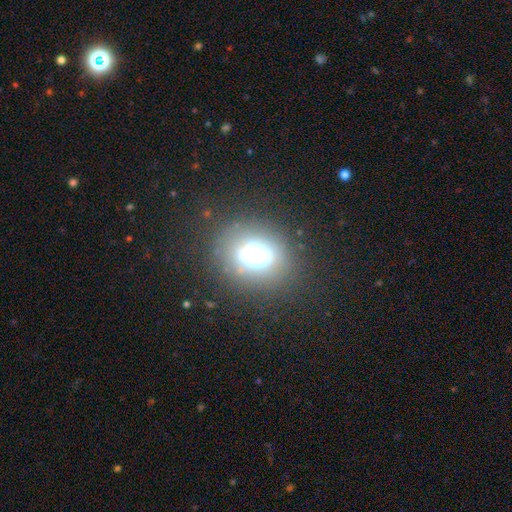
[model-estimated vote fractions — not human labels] A smooth galaxy with no disk features (46%).

Vote fractions:
- Smooth or featured? smooth: 46% / featured or disk: 27% / star or artifact: 27%
- Merging? none: 63% / minor disturbance: 17% / major disturbance: 14% / merger: 6%